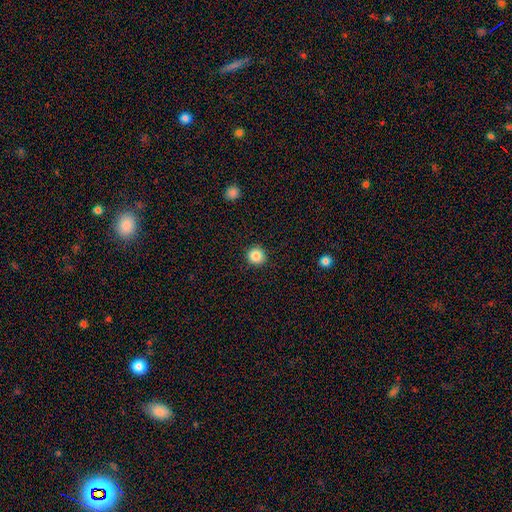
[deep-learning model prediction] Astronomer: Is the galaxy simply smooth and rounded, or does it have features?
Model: smooth — 86%.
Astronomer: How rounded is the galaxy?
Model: round — 94%.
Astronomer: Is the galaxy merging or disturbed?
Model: none — 91%.